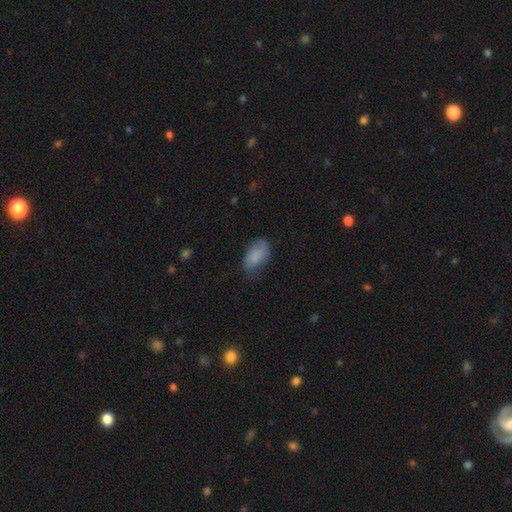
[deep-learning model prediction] Q: Smooth or featured?
A: smooth (76%); runner-up: featured or disk (16%)
Q: How rounded?
A: in between (93%); runner-up: round (5%)
Q: Merging?
A: none (59%); runner-up: minor disturbance (30%)